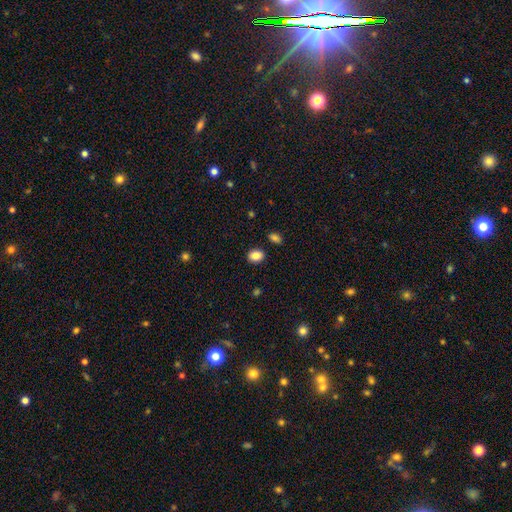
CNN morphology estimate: Smooth or featured: smooth — 86% (star or artifact — 9%)
How rounded: in between — 51% (round — 48%)
Merging: none — 87% (minor disturbance — 8%)